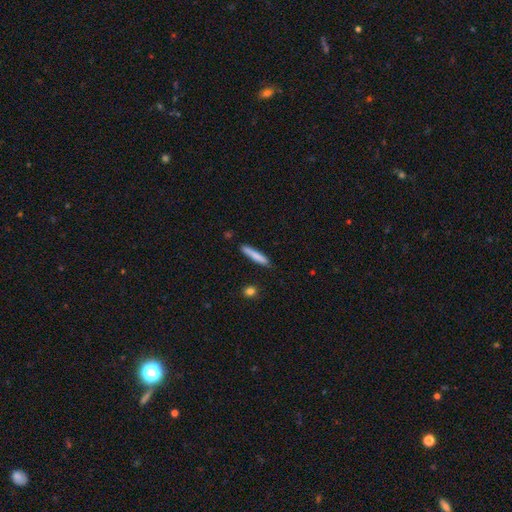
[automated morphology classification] smooth_or_featured: smooth (p=0.78) [alt: featured or disk p=0.16]
how_rounded: cigar-shaped (p=0.93) [alt: in between p=0.06]
merging: none (p=0.85) [alt: minor disturbance p=0.11]